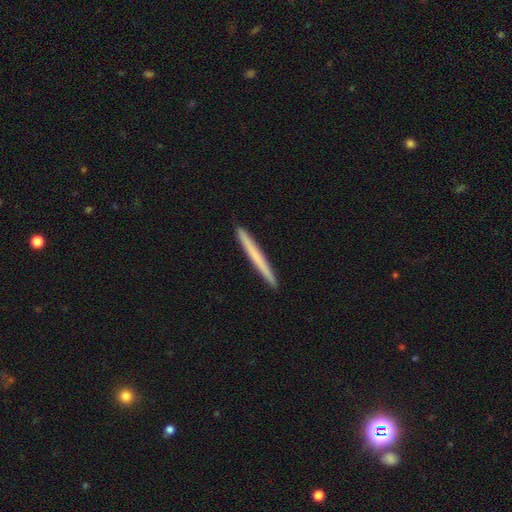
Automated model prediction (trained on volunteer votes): Smooth or featured?
  - smooth: 61% *
  - featured or disk: 34%
  - star or artifact: 5%
How rounded?
  - cigar-shaped: 98% *
  - in between: 1%
  - round: 1%
Merging?
  - none: 94% *
  - minor disturbance: 4%
  - major disturbance: 1%
  - merger: 1%